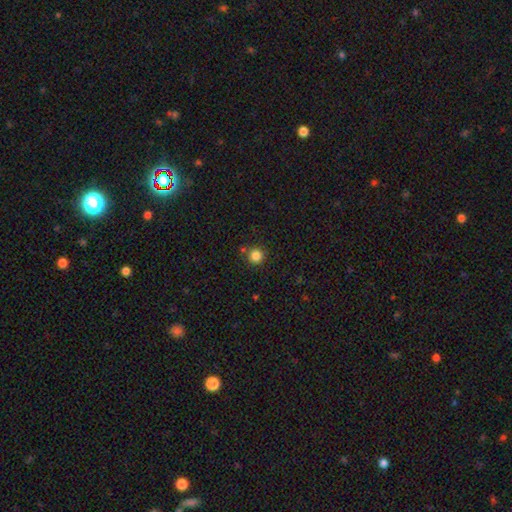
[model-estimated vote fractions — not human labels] A smooth galaxy with no disk features (84%) that is round (95%). Merging: none (83%).